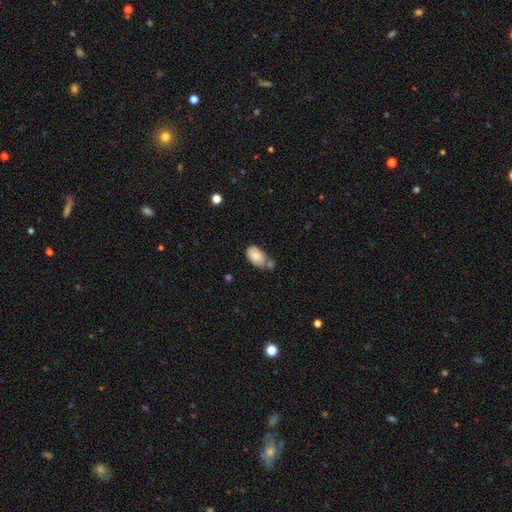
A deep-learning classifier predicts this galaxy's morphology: Overall: smooth (76%). How rounded: in between (92%). Merging: none (42%; merger 26%).